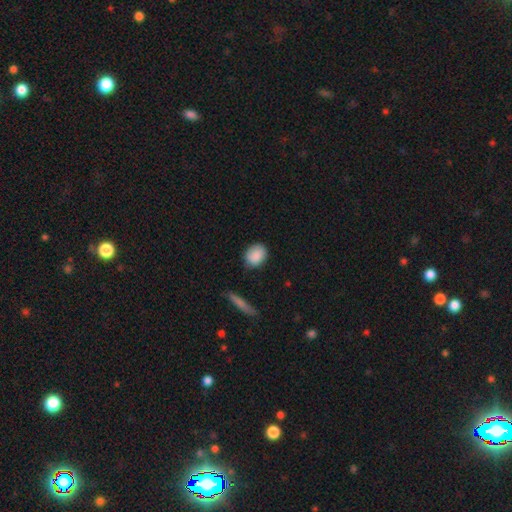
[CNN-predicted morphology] Smooth or featured? Predicted: smooth (p=0.88). How rounded? Predicted: in between (p=0.52). Merging? Predicted: none (p=0.81).